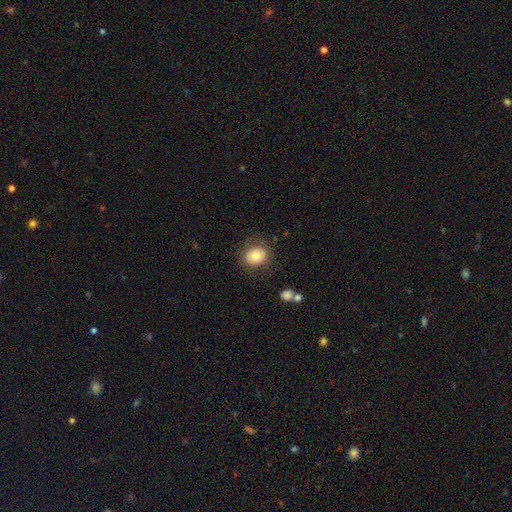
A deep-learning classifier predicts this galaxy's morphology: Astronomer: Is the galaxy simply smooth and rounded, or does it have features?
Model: smooth — 74%.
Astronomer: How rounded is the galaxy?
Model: round — 68%.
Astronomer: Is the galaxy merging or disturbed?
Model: none — 79%.